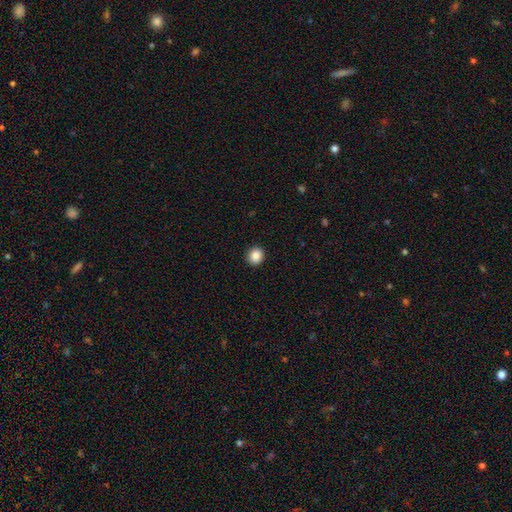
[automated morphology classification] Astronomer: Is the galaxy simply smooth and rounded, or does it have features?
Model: smooth — 87%.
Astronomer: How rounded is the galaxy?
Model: round — 78%.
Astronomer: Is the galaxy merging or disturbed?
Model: none — 92%.